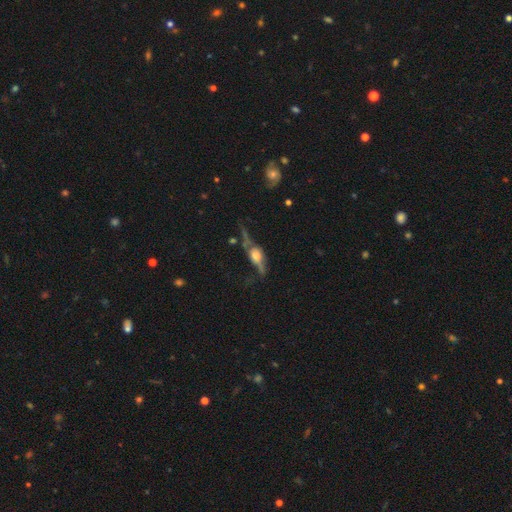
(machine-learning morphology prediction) A featured or disk galaxy (70%) viewed edge-on (82%) with a rounded central bulge (86%).

Vote fractions:
- Smooth or featured? featured or disk: 70% / smooth: 21% / star or artifact: 9%
- Edge-on disk? yes: 82% / no: 18%
- Edge-on bulge? rounded: 86% / boxy: 11% / none: 3%
- Merging? none: 50% / minor disturbance: 21% / major disturbance: 19% / merger: 9%